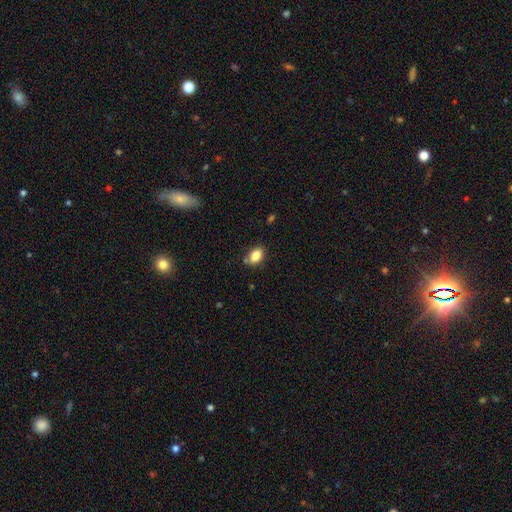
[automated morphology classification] smooth_or_featured: smooth (p=0.84) [alt: star or artifact p=0.09]
how_rounded: in between (p=0.83) [alt: round p=0.15]
merging: none (p=0.80) [alt: minor disturbance p=0.13]